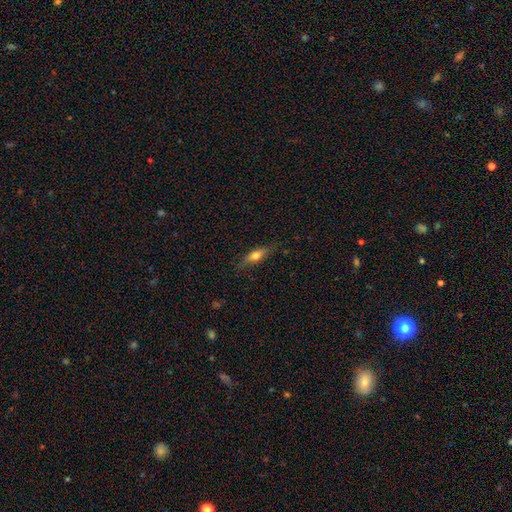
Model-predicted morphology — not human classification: Q: Smooth or featured?
A: smooth (52%); runner-up: featured or disk (41%)
Q: How rounded?
A: cigar-shaped (58%); runner-up: in between (39%)
Q: Merging?
A: none (81%); runner-up: minor disturbance (14%)